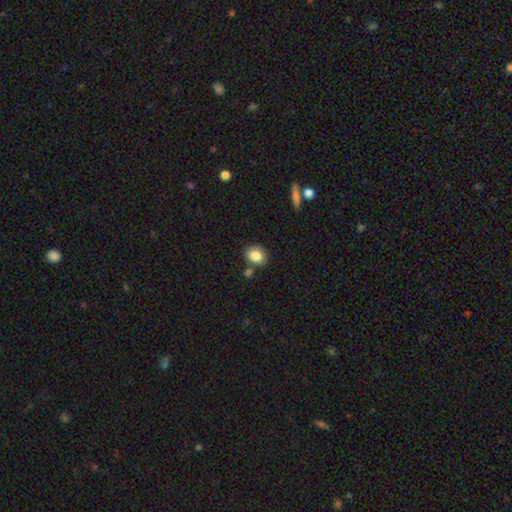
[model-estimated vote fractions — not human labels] Smooth or featured?
  - smooth: 83% *
  - star or artifact: 9%
  - featured or disk: 7%
How rounded?
  - round: 54% *
  - in between: 45%
  - cigar-shaped: 1%
Merging?
  - none: 72% *
  - minor disturbance: 14%
  - merger: 11%
  - major disturbance: 3%